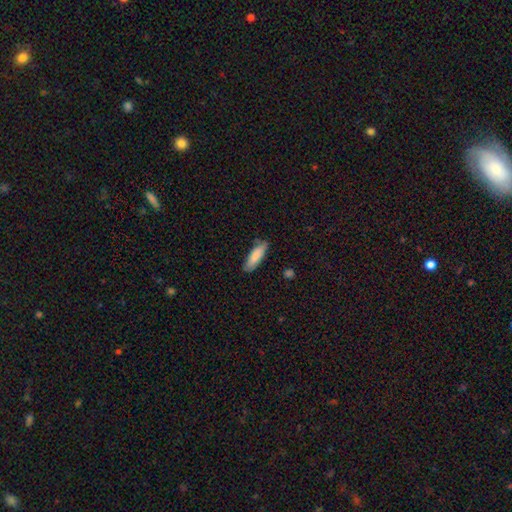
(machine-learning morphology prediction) A smooth galaxy with no disk features (84%) that is cigar-shaped (51%).

Vote fractions:
- Smooth or featured? smooth: 84% / featured or disk: 11% / star or artifact: 6%
- How rounded? cigar-shaped: 51% / in between: 48% / round: 1%
- Merging? none: 80% / minor disturbance: 16% / major disturbance: 3% / merger: 2%